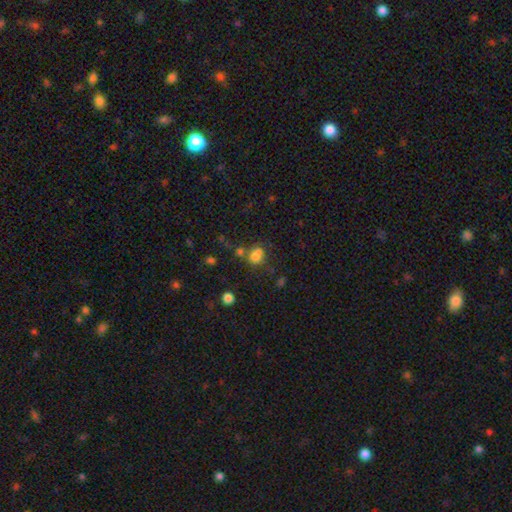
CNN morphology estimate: type=smooth (69%); roundness=round (69%); merging=merger (45%).